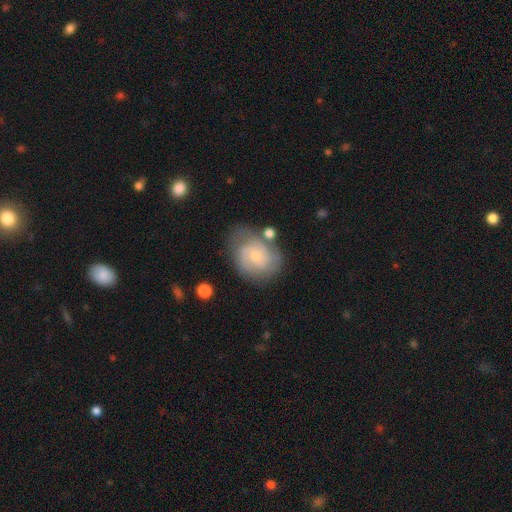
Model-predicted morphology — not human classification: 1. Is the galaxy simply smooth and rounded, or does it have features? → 69% featured or disk, 25% smooth, 6% star or artifact.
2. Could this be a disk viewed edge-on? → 98% no, 2% yes.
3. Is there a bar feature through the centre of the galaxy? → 69% no, 27% weak, 3% strong.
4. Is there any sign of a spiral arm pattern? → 89% yes, 11% no.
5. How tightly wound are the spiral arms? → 49% tight, 39% medium, 11% loose.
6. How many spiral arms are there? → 48% 2, 25% can't tell, 17% 3, 4% 1, 3% 4, 3% more than 4.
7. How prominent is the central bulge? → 61% small, 34% moderate, 2% none, 2% large, 1% dominant.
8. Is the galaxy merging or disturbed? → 61% none, 23% minor disturbance, 10% major disturbance, 7% merger.